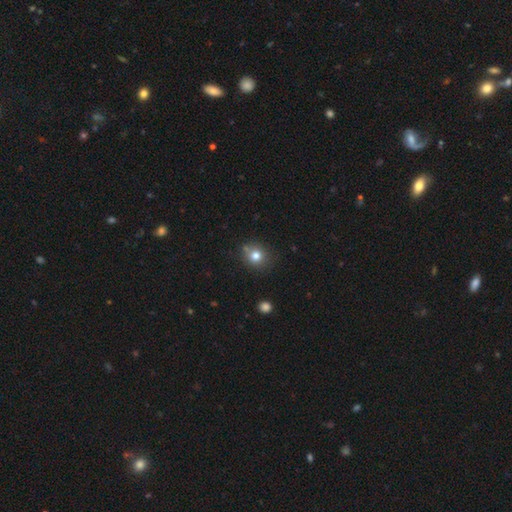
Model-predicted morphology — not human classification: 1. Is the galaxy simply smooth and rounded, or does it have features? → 78% smooth, 13% star or artifact, 9% featured or disk.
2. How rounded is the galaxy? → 80% round, 20% in between, 1% cigar-shaped.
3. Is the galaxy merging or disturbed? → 73% none, 16% minor disturbance, 8% merger, 4% major disturbance.